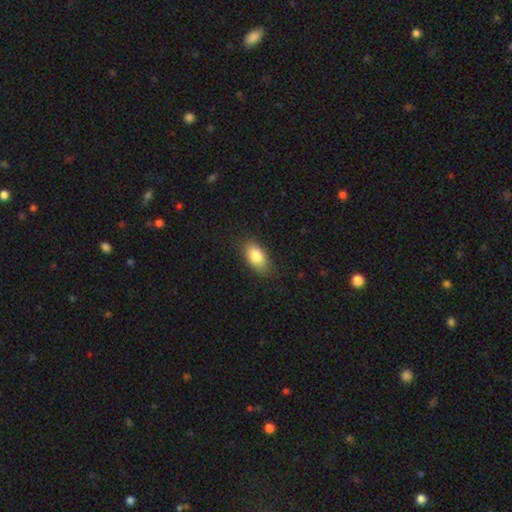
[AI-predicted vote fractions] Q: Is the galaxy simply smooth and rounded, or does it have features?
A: smooth — 82%.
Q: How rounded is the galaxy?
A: in between — 90%.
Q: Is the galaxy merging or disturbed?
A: none — 82%.